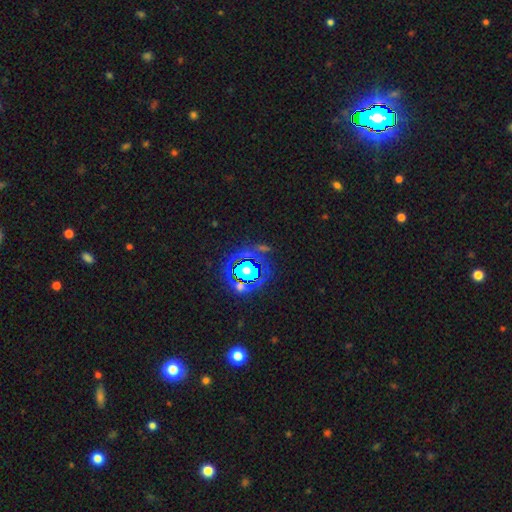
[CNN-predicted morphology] smooth-or-featured: star or artifact: 82% | smooth: 10% | featured or disk: 8%